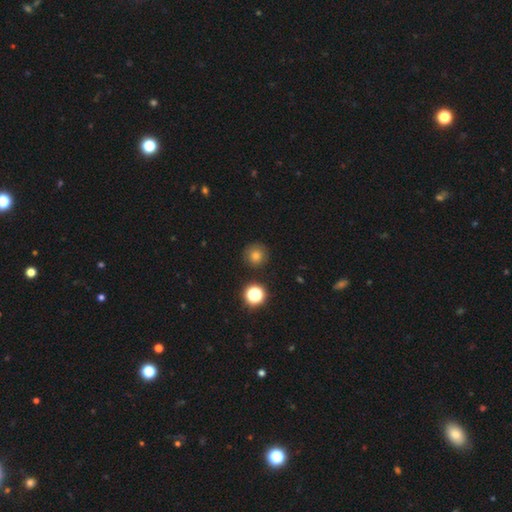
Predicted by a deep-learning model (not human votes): smooth_or_featured: smooth (p=0.77) [alt: star or artifact p=0.16]
how_rounded: round (p=0.93) [alt: in between p=0.06]
merging: none (p=0.86) [alt: minor disturbance p=0.09]